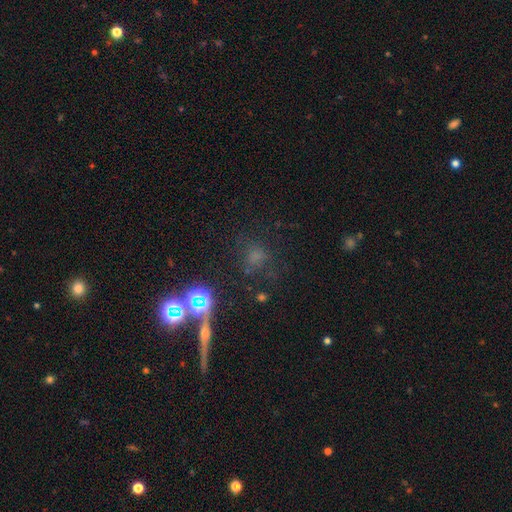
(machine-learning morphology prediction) Smooth or featured? smooth (50%)
Merging? none (68%)